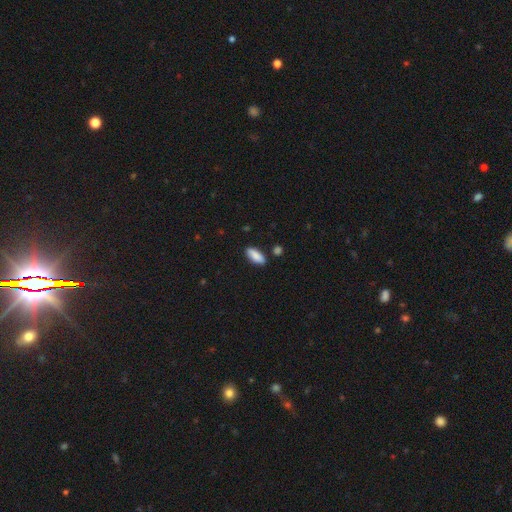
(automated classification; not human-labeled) Smooth or featured? Predicted: smooth (p=0.88). How rounded? Predicted: in between (p=0.77). Merging? Predicted: none (p=0.84).